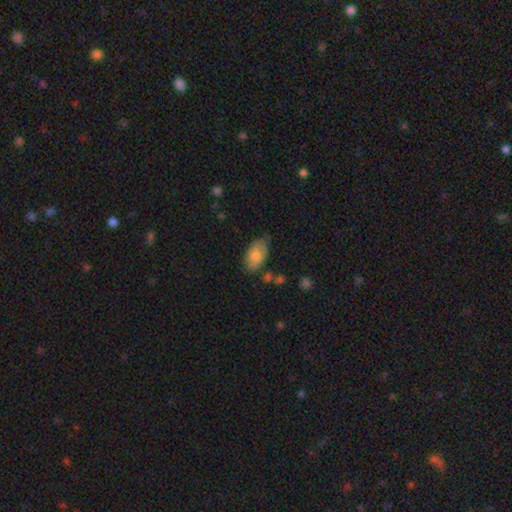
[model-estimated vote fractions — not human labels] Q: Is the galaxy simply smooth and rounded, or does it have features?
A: smooth — 78%.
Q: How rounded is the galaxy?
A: in between — 94%.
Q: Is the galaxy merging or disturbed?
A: none — 70%.